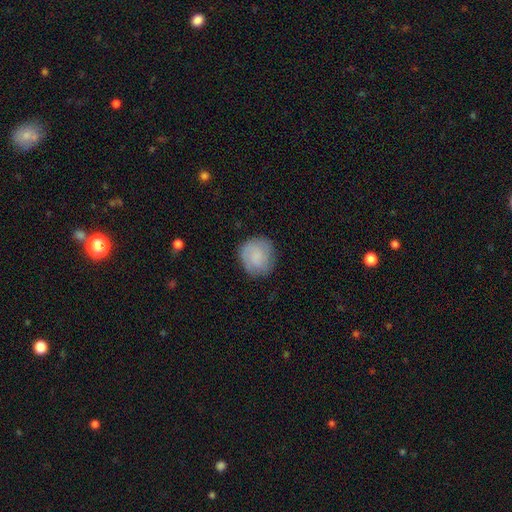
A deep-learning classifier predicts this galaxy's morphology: Smooth or featured? smooth (65%)
How rounded? round (80%)
Merging? none (77%)